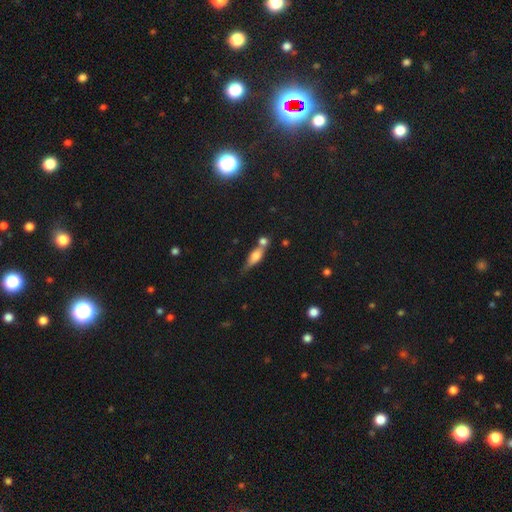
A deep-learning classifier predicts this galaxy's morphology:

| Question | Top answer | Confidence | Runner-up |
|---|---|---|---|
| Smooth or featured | smooth | 60% | featured or disk (30%) |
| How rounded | in between | 52% | cigar-shaped (41%) |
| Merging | none | 39% | merger (36%) |